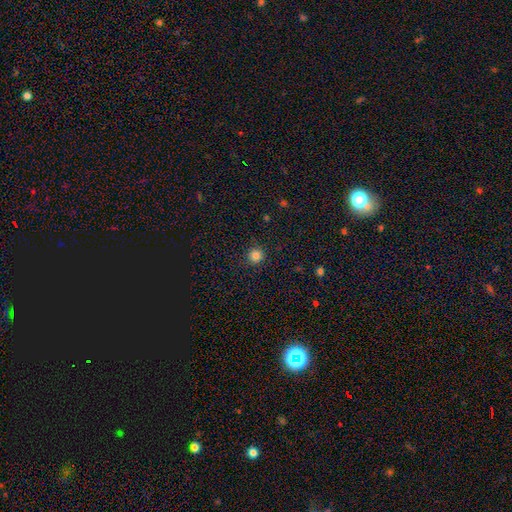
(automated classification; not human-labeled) Overall: smooth (83%). How rounded: round (94%). Merging: none (90%).